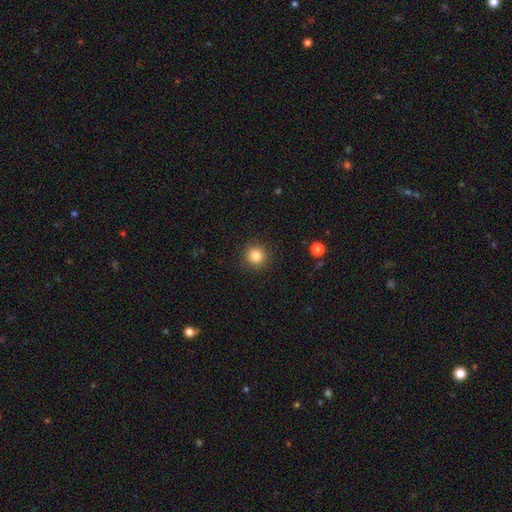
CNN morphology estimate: smooth-or-featured: smooth: 84% | star or artifact: 11% | featured or disk: 5%
  how-rounded: round: 94% | in between: 5% | cigar-shaped: 1%
  merging: none: 91% | minor disturbance: 6% | major disturbance: 2% | merger: 1%